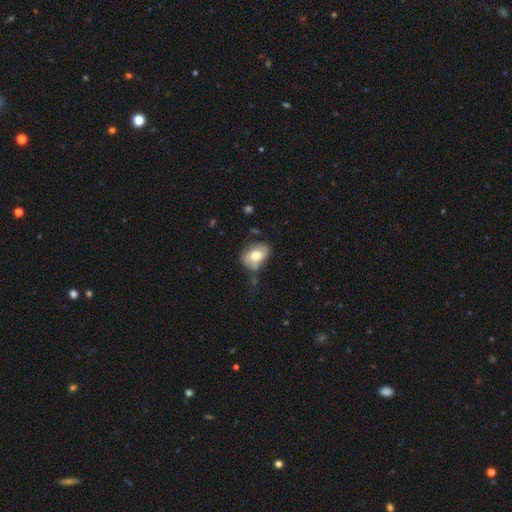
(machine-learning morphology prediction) This appears to be a smooth galaxy with no disk features (67%) that is in between round and cigar-shaped (74%). Merging: none (55%).